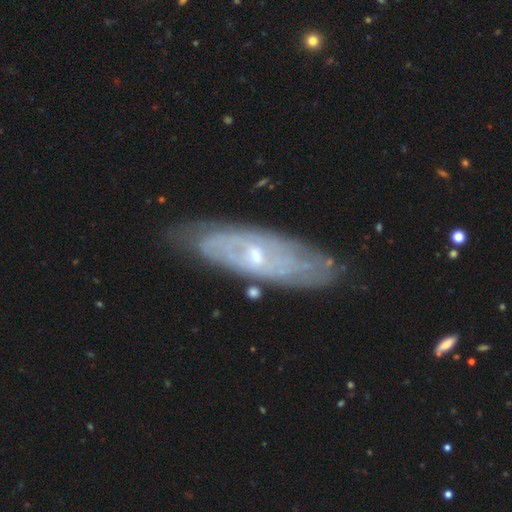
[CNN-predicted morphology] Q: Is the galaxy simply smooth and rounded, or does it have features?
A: featured or disk — 80%.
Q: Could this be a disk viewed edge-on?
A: no — 81%.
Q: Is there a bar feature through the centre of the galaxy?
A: no — 58%.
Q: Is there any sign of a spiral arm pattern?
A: yes — 84%.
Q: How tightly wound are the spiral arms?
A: tight — 70%.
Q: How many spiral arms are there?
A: can't tell — 61%.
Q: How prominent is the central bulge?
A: small — 63%.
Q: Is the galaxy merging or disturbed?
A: none — 80%.